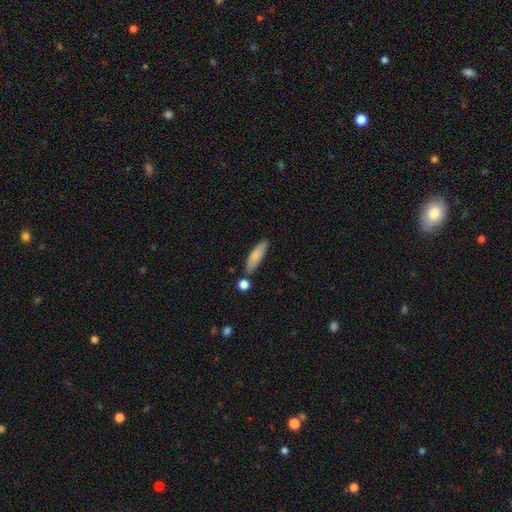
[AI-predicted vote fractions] smooth_or_featured: smooth (p=0.80) [alt: featured or disk p=0.14]
how_rounded: cigar-shaped (p=0.59) [alt: in between p=0.39]
merging: none (p=0.73) [alt: minor disturbance p=0.15]